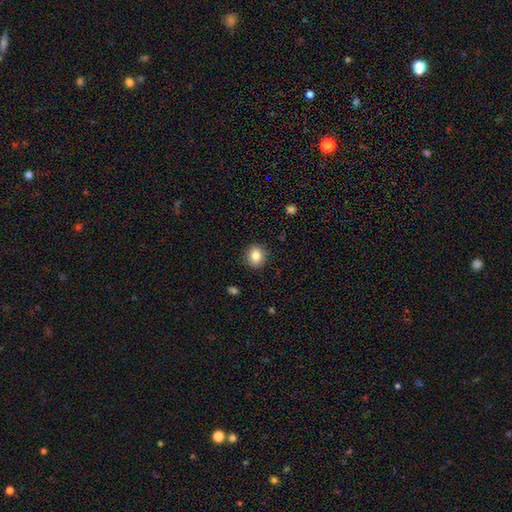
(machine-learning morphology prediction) smooth-or-featured: smooth: 83% | star or artifact: 10% | featured or disk: 7%
  how-rounded: round: 84% | in between: 15% | cigar-shaped: 1%
  merging: none: 89% | minor disturbance: 8% | major disturbance: 2% | merger: 1%